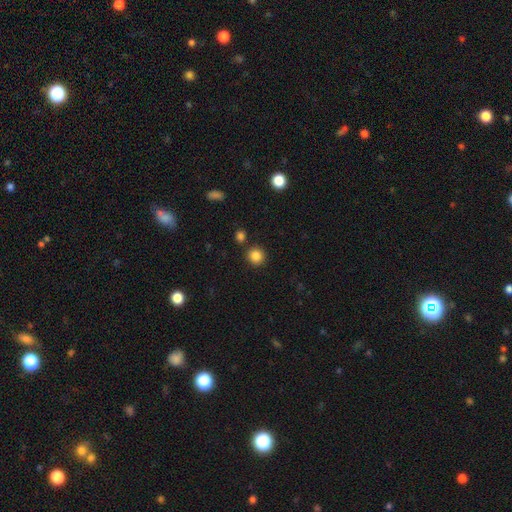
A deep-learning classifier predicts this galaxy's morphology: Smooth or featured? smooth (85%)
How rounded? round (90%)
Merging? none (86%)